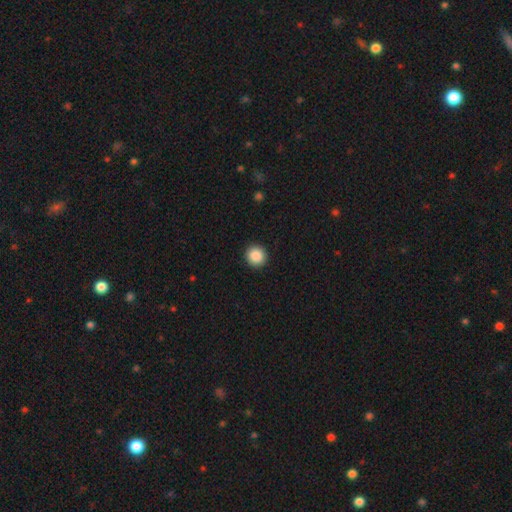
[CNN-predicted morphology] A smooth galaxy with no disk features (89%) that is round (94%).

Vote fractions:
- Smooth or featured? smooth: 89% / star or artifact: 9% / featured or disk: 3%
- How rounded? round: 94% / in between: 5% / cigar-shaped: 1%
- Merging? none: 93% / minor disturbance: 5% / major disturbance: 2% / merger: 1%